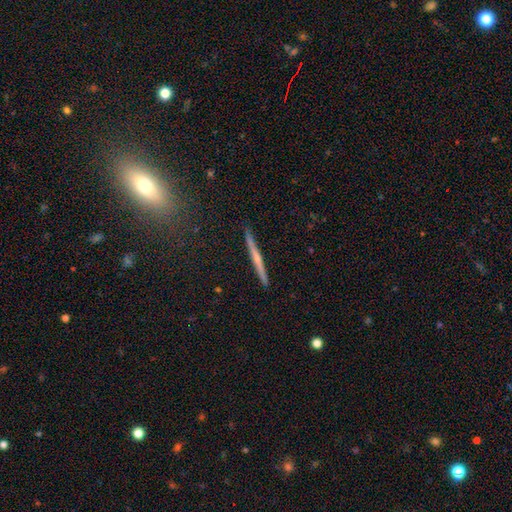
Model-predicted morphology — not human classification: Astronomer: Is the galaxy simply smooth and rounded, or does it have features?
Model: featured or disk — 67%.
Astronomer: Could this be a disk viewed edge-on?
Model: yes — 98%.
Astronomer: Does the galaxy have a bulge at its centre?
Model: rounded — 52% (runner-up: none, 41%).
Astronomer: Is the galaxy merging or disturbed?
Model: none — 91%.